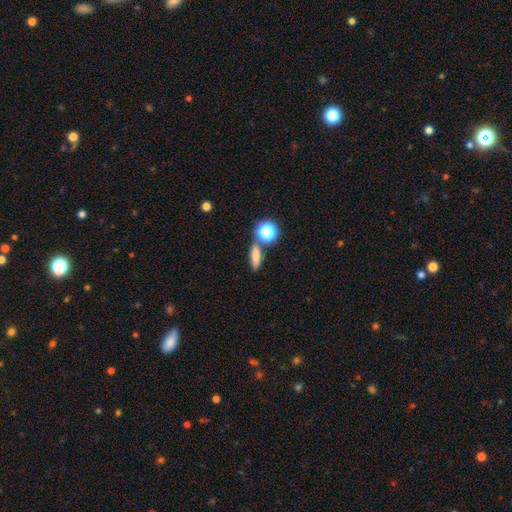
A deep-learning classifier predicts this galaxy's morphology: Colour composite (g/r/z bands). It shows a smooth galaxy with no disk features (76%) that is cigar-shaped (42%). Merging: none (75%).